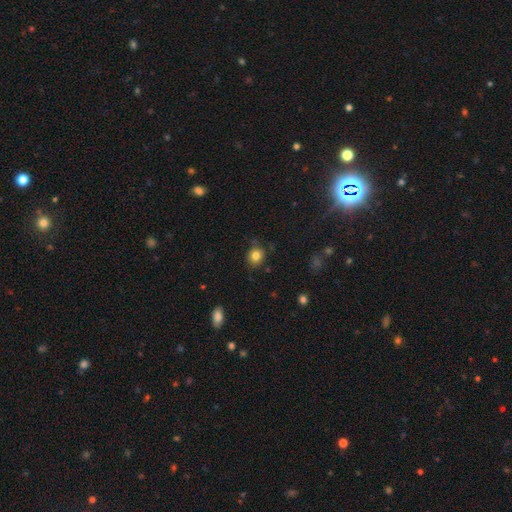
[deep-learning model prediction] smooth_or_featured: smooth (p=0.82) [alt: star or artifact p=0.12]
how_rounded: round (p=0.79) [alt: in between p=0.20]
merging: none (p=0.83) [alt: minor disturbance p=0.12]